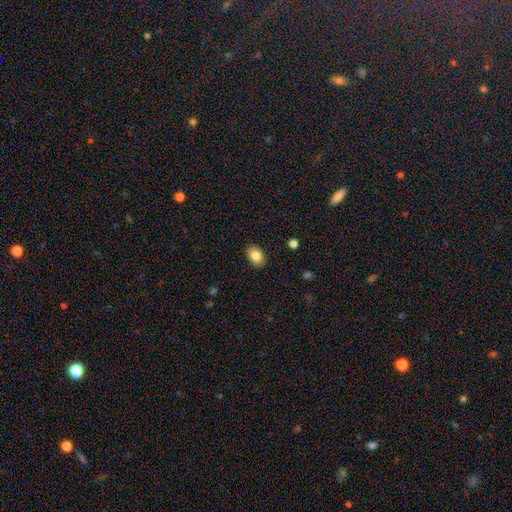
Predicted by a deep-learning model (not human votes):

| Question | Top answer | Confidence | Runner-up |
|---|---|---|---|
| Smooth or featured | smooth | 84% | star or artifact (8%) |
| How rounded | in between | 76% | round (23%) |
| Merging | none | 89% | minor disturbance (8%) |